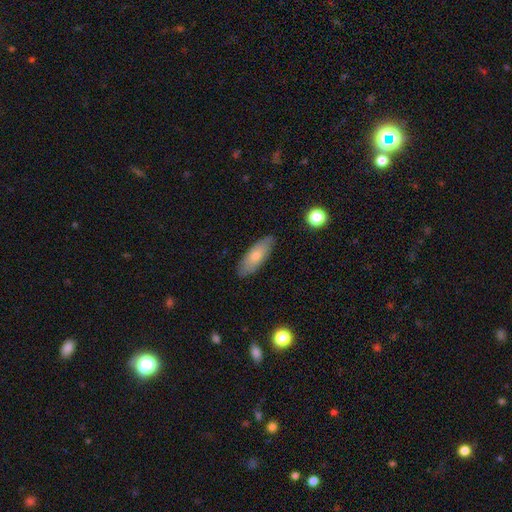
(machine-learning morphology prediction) type=smooth (65%); roundness=in between (64%); merging=none (85%).